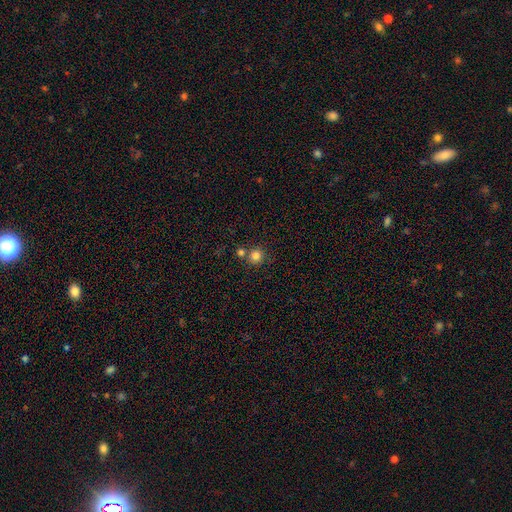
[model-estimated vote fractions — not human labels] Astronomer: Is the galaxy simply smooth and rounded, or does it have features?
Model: smooth — 82%.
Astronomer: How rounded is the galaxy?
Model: round — 93%.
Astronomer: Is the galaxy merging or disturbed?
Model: none — 68%.